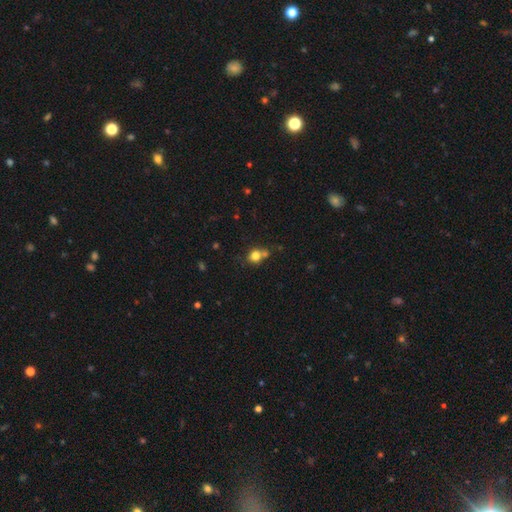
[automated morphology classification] Smooth or featured: smooth — 78% (star or artifact — 12%)
How rounded: round — 76% (in between — 23%)
Merging: none — 50% (merger — 30%)